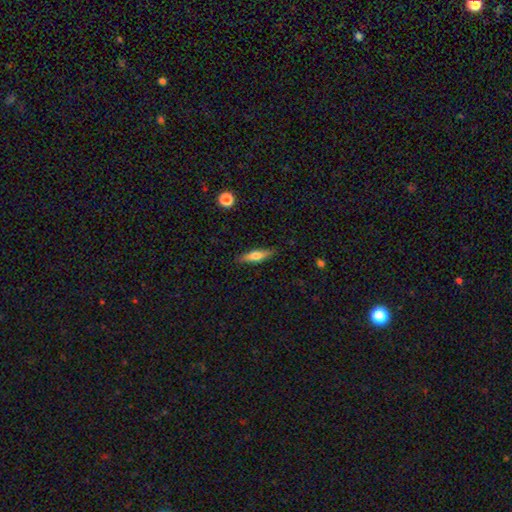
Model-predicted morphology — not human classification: Smooth or featured?
  - smooth: 62% *
  - featured or disk: 31%
  - star or artifact: 7%
How rounded?
  - cigar-shaped: 71% *
  - in between: 27%
  - round: 2%
Merging?
  - none: 85% *
  - minor disturbance: 11%
  - major disturbance: 2%
  - merger: 1%